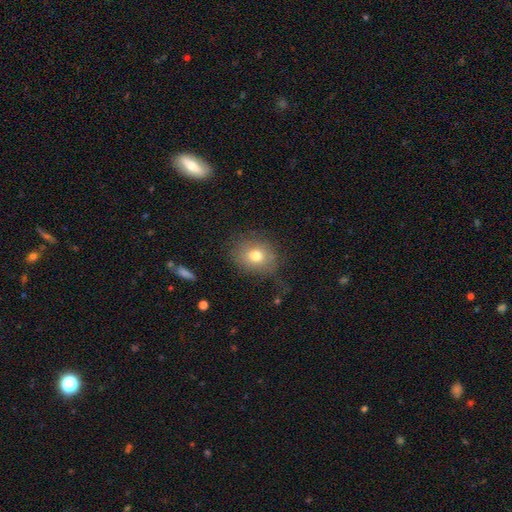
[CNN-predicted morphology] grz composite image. It shows a smooth galaxy with no disk features (74%) that is round (62%). Merging: none (71%).